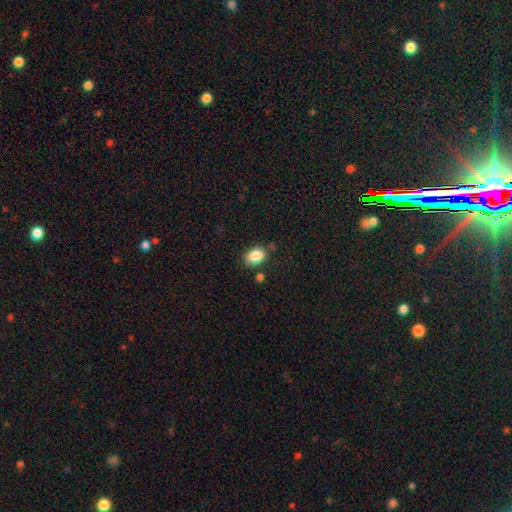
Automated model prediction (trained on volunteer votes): The model was most divided on "how rounded": in between: 79%, round: 20%, cigar-shaped: 1%. More confident: smooth or featured — smooth (86%); merging — none (75%).